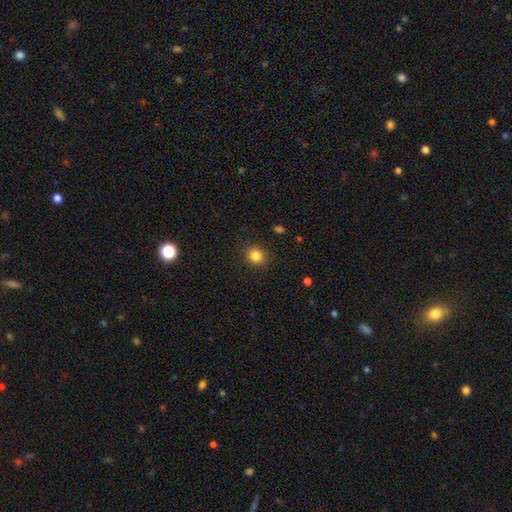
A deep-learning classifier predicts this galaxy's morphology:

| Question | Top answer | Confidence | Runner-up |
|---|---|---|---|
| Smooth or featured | smooth | 84% | star or artifact (11%) |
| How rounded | round | 84% | in between (16%) |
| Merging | none | 89% | minor disturbance (8%) |